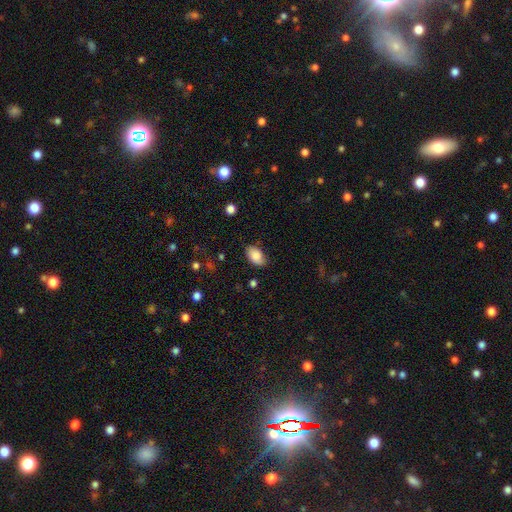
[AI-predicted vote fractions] The model was most divided on "merging": none: 77%, minor disturbance: 18%, major disturbance: 4%, merger: 1%. More confident: how rounded — in between (91%); smooth or featured — smooth (83%).